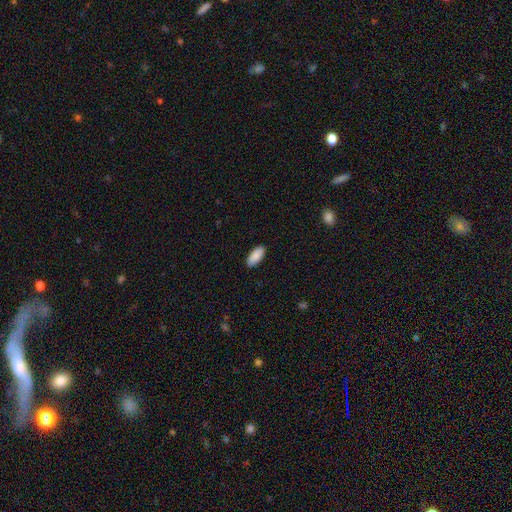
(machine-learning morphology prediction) smooth_or_featured: smooth (p=0.90) [alt: star or artifact p=0.06]
how_rounded: in between (p=0.89) [alt: cigar-shaped p=0.09]
merging: none (p=0.89) [alt: minor disturbance p=0.08]